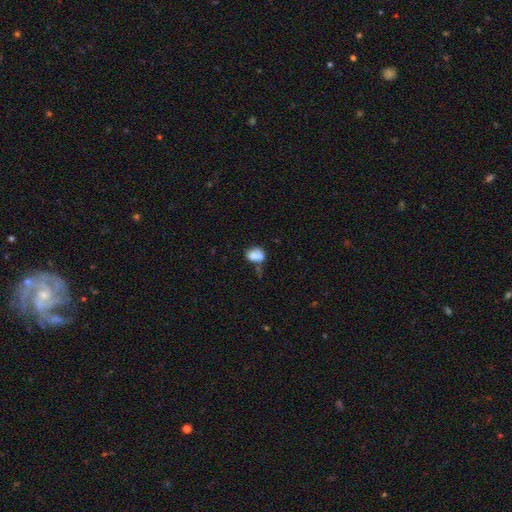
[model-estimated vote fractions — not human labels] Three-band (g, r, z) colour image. It shows a smooth galaxy with no disk features (78%) that is in between round and cigar-shaped (65%). Merging: none (43%).